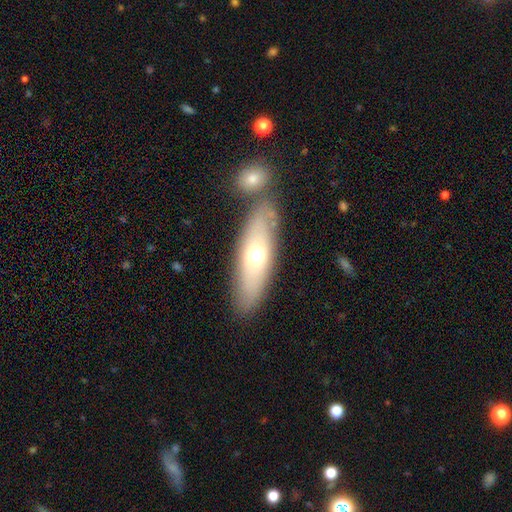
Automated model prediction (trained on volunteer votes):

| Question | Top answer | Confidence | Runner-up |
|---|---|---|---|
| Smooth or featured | smooth | 58% | featured or disk (35%) |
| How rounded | in between | 51% | cigar-shaped (46%) |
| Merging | none | 75% | minor disturbance (11%) |